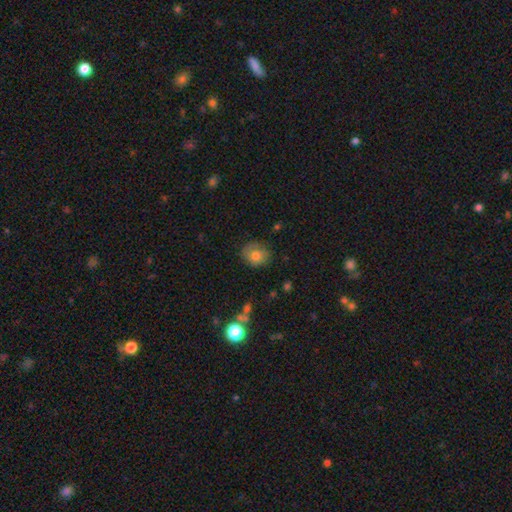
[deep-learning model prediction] smooth-or-featured: smooth: 73% | featured or disk: 18% | star or artifact: 10%
  how-rounded: round: 66% | in between: 33% | cigar-shaped: 1%
  merging: none: 72% | minor disturbance: 21% | major disturbance: 5% | merger: 2%